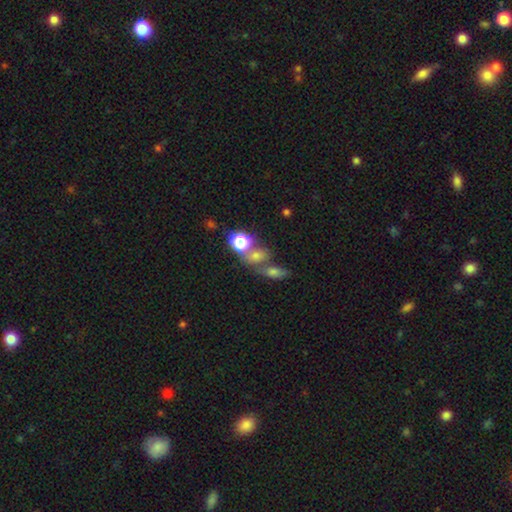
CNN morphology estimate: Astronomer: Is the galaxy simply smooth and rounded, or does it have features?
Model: smooth — 60%.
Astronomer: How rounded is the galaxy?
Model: round — 52% (runner-up: in between, 43%).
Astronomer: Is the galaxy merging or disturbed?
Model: none — 42%, tied with merger at 42%.